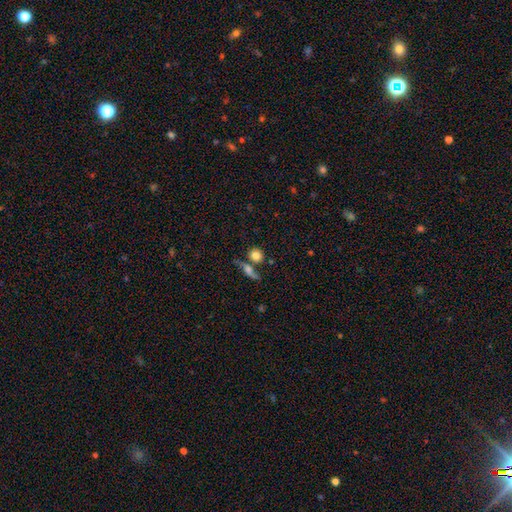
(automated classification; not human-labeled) Smooth or featured: smooth — 78% (featured or disk — 12%)
How rounded: round — 81% (in between — 16%)
Merging: none — 56% (merger — 27%)